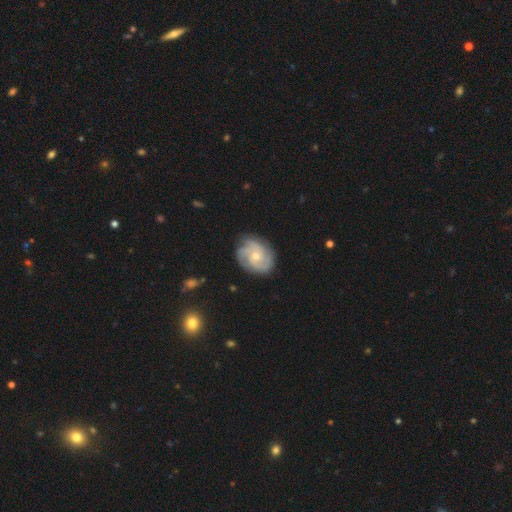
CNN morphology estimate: Smooth or featured?
  - featured or disk: 81% *
  - smooth: 14%
  - star or artifact: 6%
Edge-on disk?
  - no: 98% *
  - yes: 2%
Bar?
  - no: 74% *
  - weak: 23%
  - strong: 3%
Spiral arms?
  - yes: 96% *
  - no: 4%
Spiral winding?
  - tight: 59% *
  - medium: 33%
  - loose: 8%
Spiral arm count?
  - 3: 34% *
  - can't tell: 22%
  - 4: 18%
  - 2: 15%
  - more than 4: 6%
  - 1: 6%
Bulge size?
  - small: 50% *
  - moderate: 46%
  - large: 2%
  - none: 1%
  - dominant: 1%
Merging?
  - none: 79% *
  - minor disturbance: 16%
  - major disturbance: 4%
  - merger: 1%